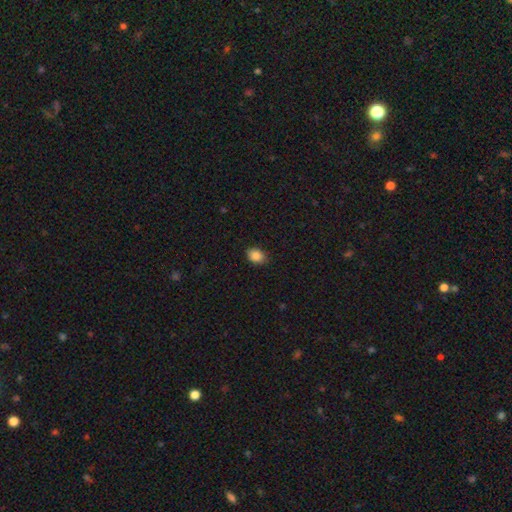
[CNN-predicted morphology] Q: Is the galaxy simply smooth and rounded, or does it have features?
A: smooth — 87%.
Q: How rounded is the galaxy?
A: in between — 72%.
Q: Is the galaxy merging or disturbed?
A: none — 85%.